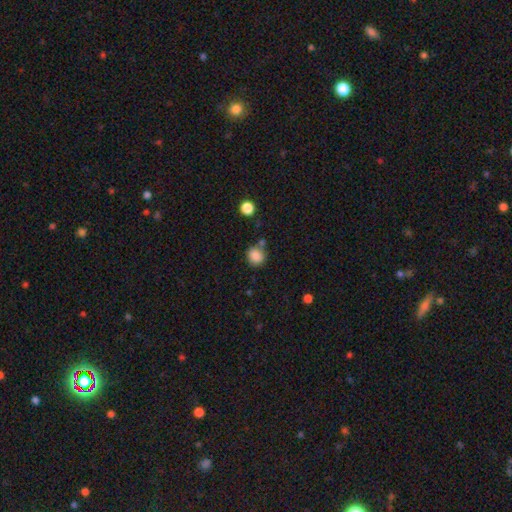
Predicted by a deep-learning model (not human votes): Smooth or featured? smooth (85%)
How rounded? round (80%)
Merging? none (70%)